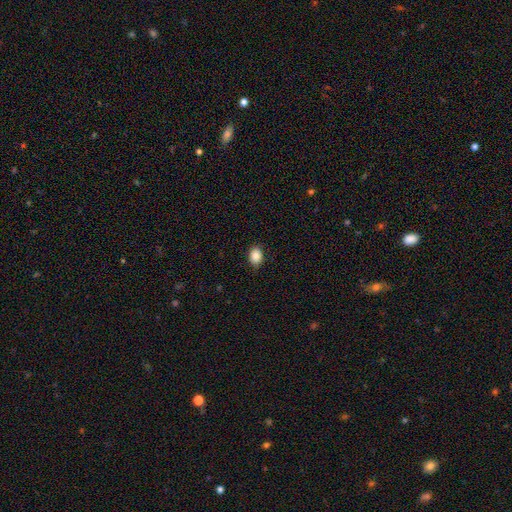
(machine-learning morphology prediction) smooth 86%, star or artifact 9%, featured or disk 5%. Down the decision tree: how rounded — in between (66%); merging — none (88%).